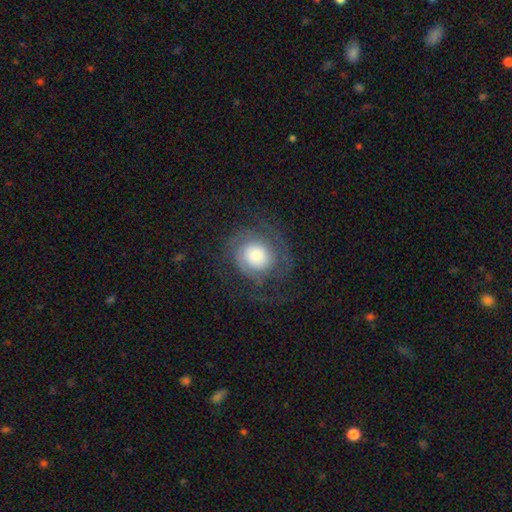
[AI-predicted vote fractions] featured or disk 61%, smooth 30%, star or artifact 9%. Down the decision tree: edge-on disk — no (97%); bar — no (83%); spiral arms — yes (87%); spiral arm count — 2 (44%); spiral winding — tight (48%); bulge size — large (46%); merging — none (64%).